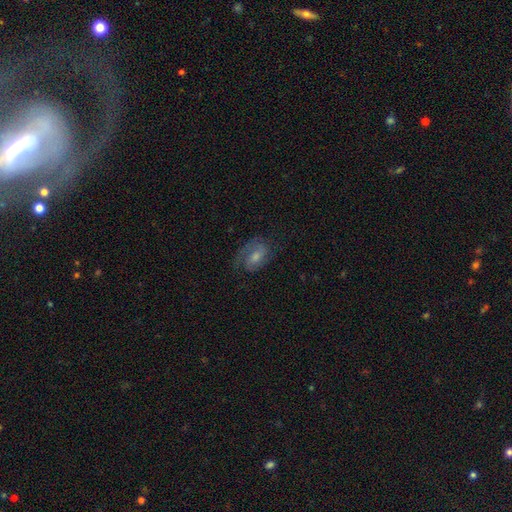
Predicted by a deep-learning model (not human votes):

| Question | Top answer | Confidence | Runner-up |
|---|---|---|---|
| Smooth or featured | featured or disk | 67% | smooth (25%) |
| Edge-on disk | no | 96% | yes (4%) |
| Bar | weak | 45% | no (43%) |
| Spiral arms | yes | 91% | no (9%) |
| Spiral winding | medium | 46% | tight (33%) |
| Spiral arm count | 2 | 66% | 1 (20%) |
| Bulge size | moderate | 51% | small (29%) |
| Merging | none | 63% | minor disturbance (21%) |